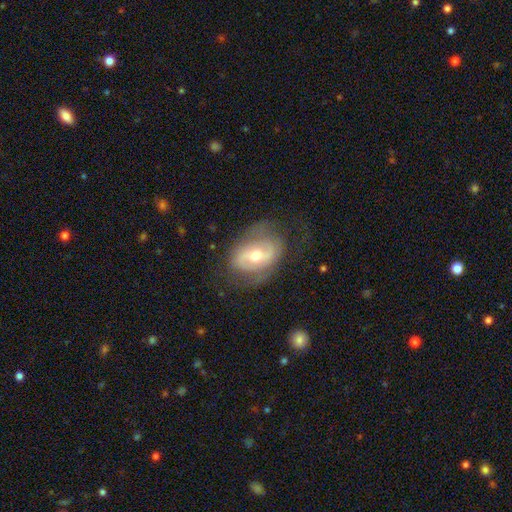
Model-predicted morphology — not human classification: This is likely a featured or disk galaxy (69%). It is clearly not viewed edge-on (95%). Bar: marginally weak (43%). Spiral arm pattern: likely yes (72%). Central bulge: likely moderate (65%). Merging: likely none (63%).